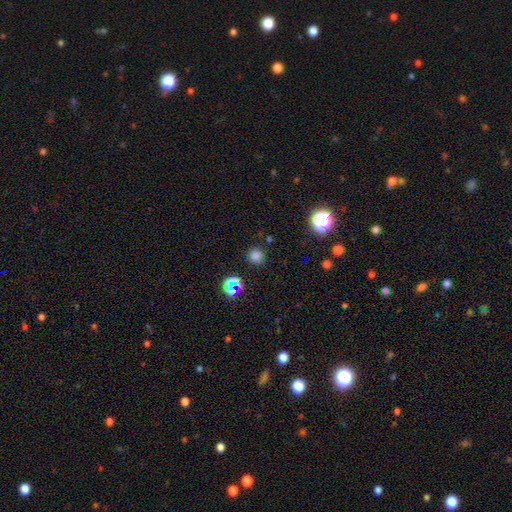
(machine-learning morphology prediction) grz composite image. It shows a smooth galaxy with no disk features (74%) that is round (93%). Merging: none (87%).